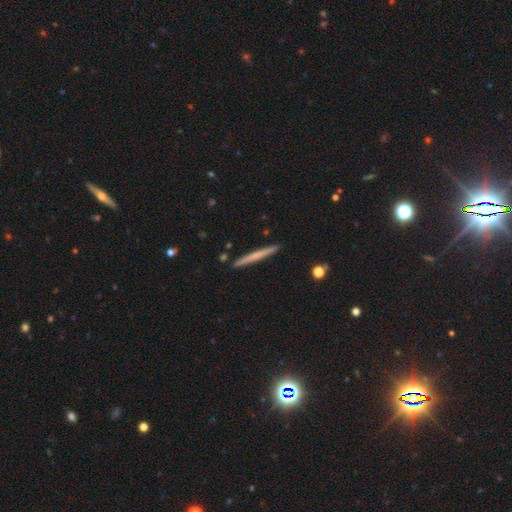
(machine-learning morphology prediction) Smooth or featured?
  - smooth: 55% *
  - featured or disk: 39%
  - star or artifact: 6%
How rounded?
  - cigar-shaped: 97% *
  - in between: 2%
  - round: 1%
Merging?
  - none: 92% *
  - minor disturbance: 6%
  - merger: 1%
  - major disturbance: 1%